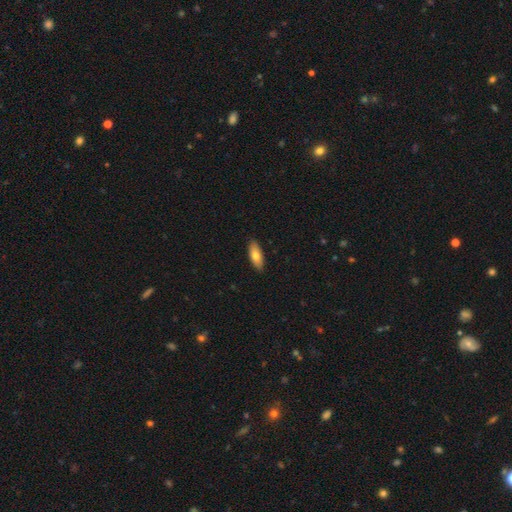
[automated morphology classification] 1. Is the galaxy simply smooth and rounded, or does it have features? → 75% smooth, 19% featured or disk, 6% star or artifact.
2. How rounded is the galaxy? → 74% in between, 24% cigar-shaped, 2% round.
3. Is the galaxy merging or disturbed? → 88% none, 9% minor disturbance, 2% major disturbance, 1% merger.